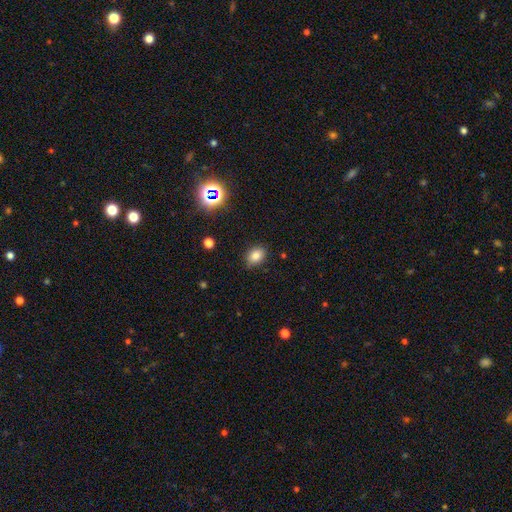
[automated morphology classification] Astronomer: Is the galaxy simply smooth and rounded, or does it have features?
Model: smooth — 81%.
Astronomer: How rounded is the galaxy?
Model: in between — 75%.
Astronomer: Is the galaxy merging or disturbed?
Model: none — 83%.